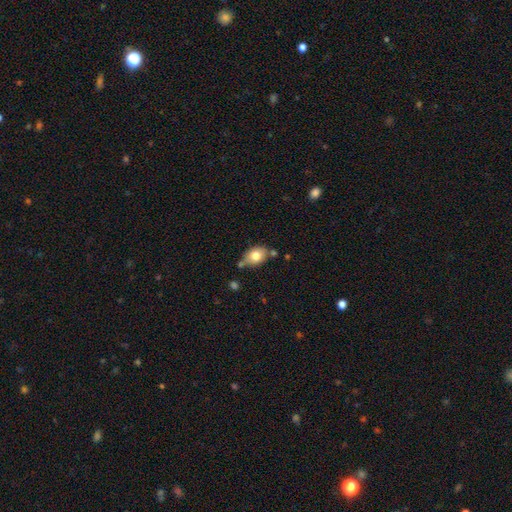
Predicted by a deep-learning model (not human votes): smooth-or-featured: smooth: 77% | featured or disk: 15% | star or artifact: 8%
  how-rounded: in between: 75% | round: 23% | cigar-shaped: 1%
  merging: none: 62% | minor disturbance: 20% | merger: 13% | major disturbance: 5%